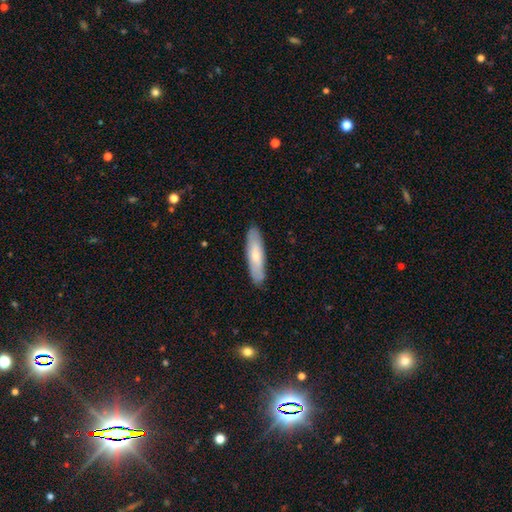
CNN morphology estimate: A smooth galaxy with no disk features (63%) that is cigar-shaped (67%). Merging: none (87%).